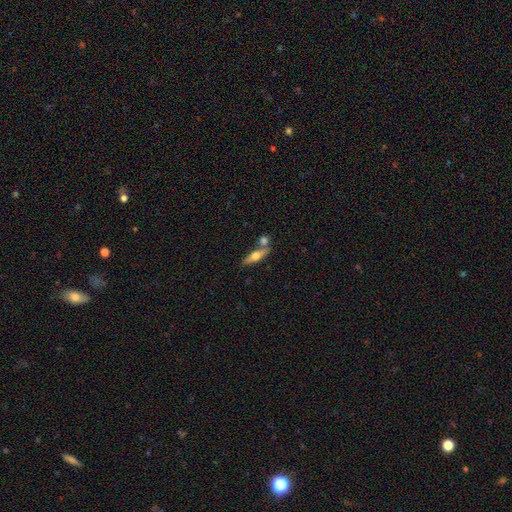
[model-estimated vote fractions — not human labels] Smooth or featured? Predicted: featured or disk (p=0.51). Edge-on disk? Predicted: yes (p=0.90). Merging? Predicted: none (p=0.62).